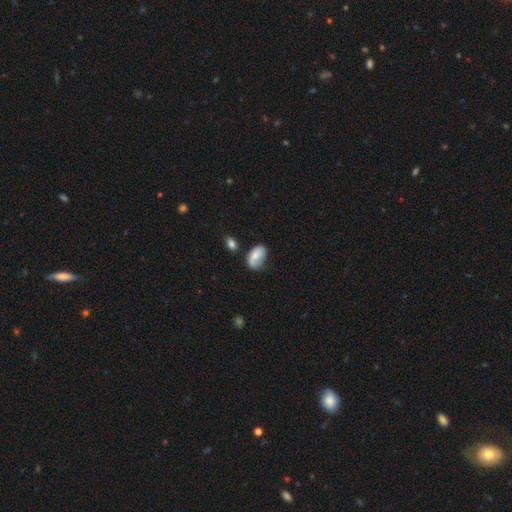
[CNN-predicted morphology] The model was most divided on "merging": none: 42%, minor disturbance: 34%, major disturbance: 17%, merger: 7%. More confident: how rounded — in between (89%); smooth or featured — smooth (67%).